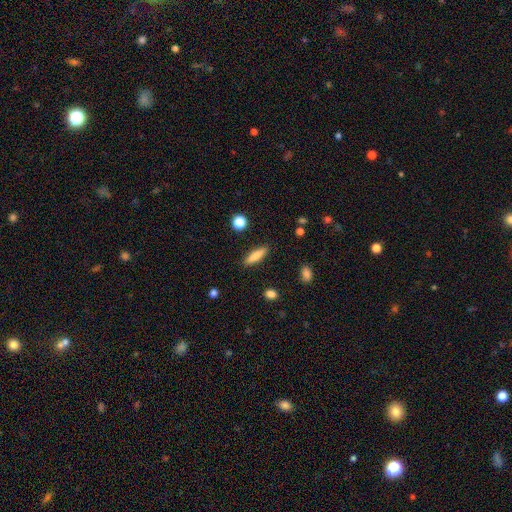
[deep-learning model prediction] Smooth or featured? smooth (76%)
How rounded? cigar-shaped (71%)
Merging? none (88%)